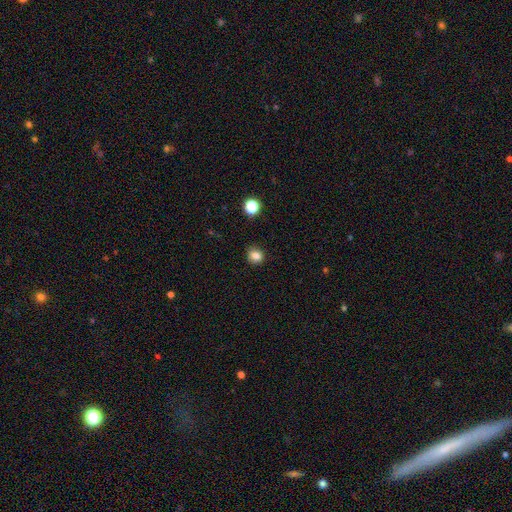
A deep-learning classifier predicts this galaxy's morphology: Smooth or featured? smooth (83%)
How rounded? round (77%)
Merging? none (86%)